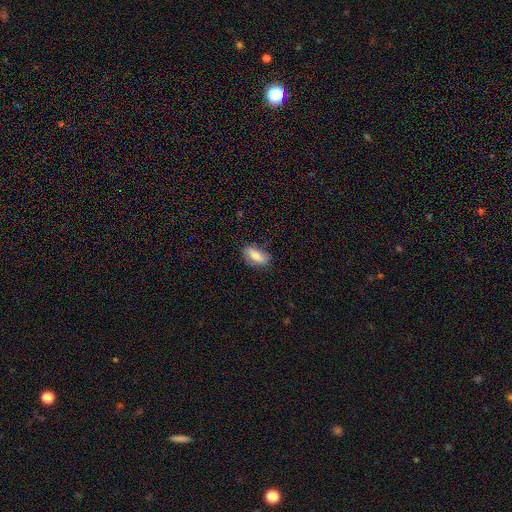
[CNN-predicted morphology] smooth 67%, featured or disk 25%, star or artifact 7%. Down the decision tree: how rounded — in between (85%); merging — none (76%).